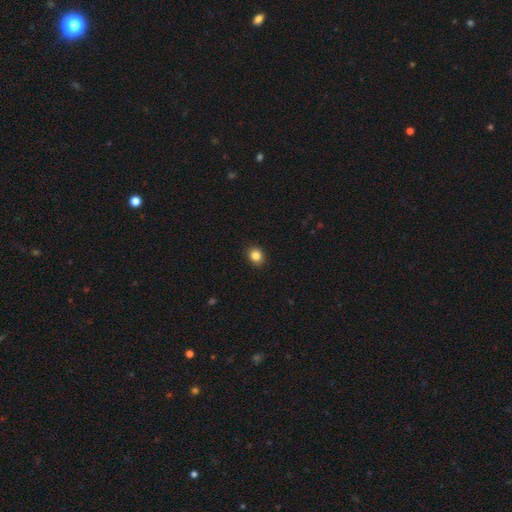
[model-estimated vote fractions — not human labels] This appears to be a smooth galaxy with no disk features (85%) that is round (65%). Merging: none (90%).